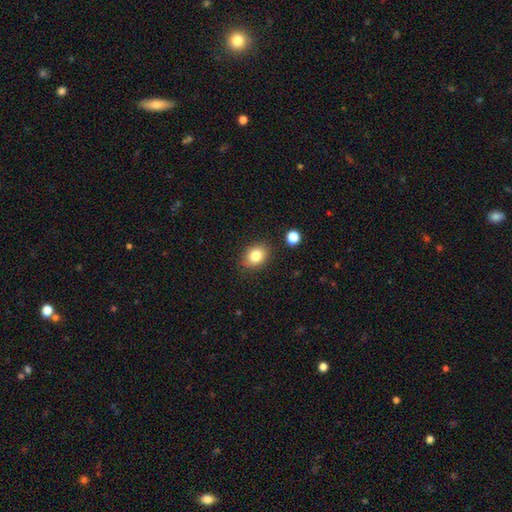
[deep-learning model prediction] Smooth or featured? smooth (82%)
How rounded? in between (60%)
Merging? none (83%)